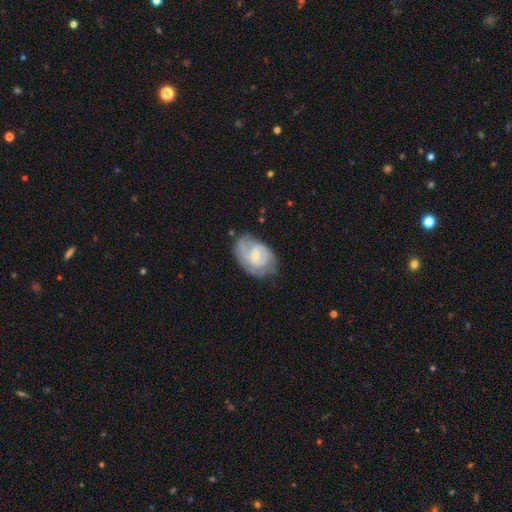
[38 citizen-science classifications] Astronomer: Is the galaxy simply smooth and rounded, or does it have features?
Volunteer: smooth — 53% (runner-up: featured or disk, 39%).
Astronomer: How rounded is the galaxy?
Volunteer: in between — 90%.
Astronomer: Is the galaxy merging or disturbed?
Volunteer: none — 54% (runner-up: minor disturbance, 31%).